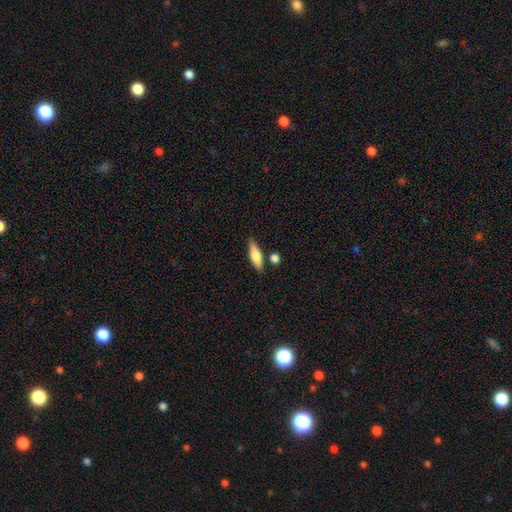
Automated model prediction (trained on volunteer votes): Overall: smooth (73%). How rounded: in between (49%; cigar-shaped 48%). Merging: none (78%).